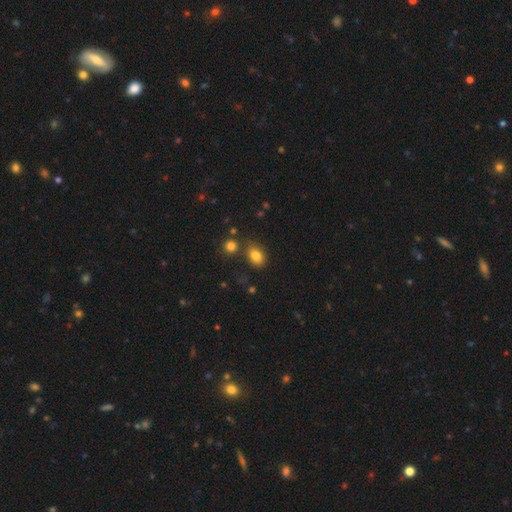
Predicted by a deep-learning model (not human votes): A smooth galaxy with no disk features (82%) that is in between round and cigar-shaped (72%). Merging: none (74%).